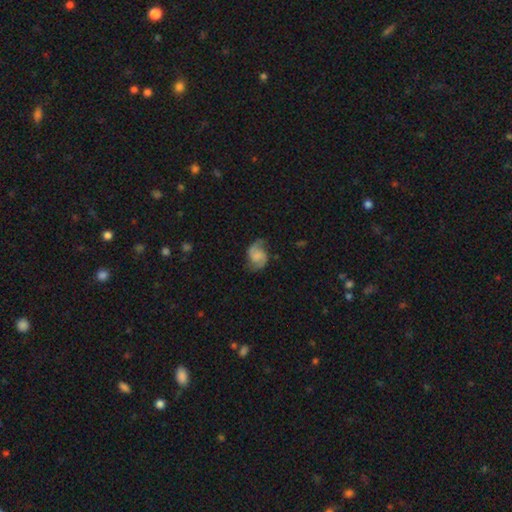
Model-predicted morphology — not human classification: A featured or disk galaxy (71%) with no bar (55%), 2 (91%) medium (46%) spiral arms (94%) and no central bulge (51%). Merging: none (71%).